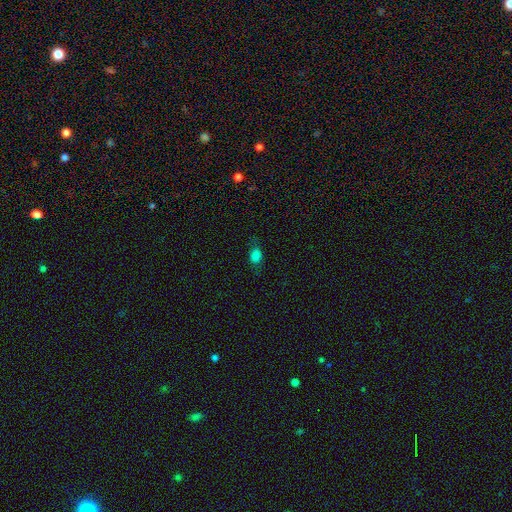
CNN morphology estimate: smooth 78%, star or artifact 15%, featured or disk 7%. Down the decision tree: how rounded — in between (79%); merging — none (68%).